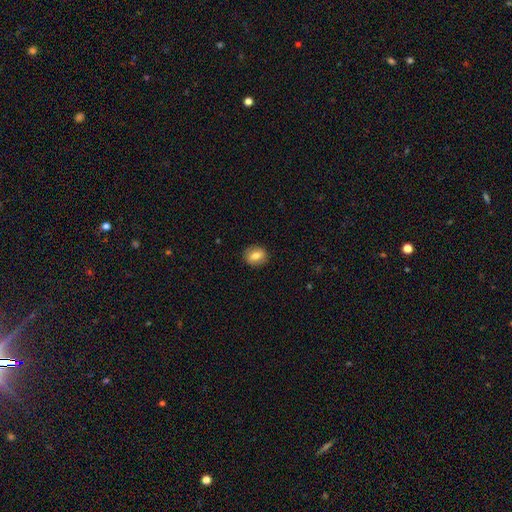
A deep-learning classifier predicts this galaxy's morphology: A smooth galaxy with no disk features (76%) that is round (54%). Merging: none (89%).